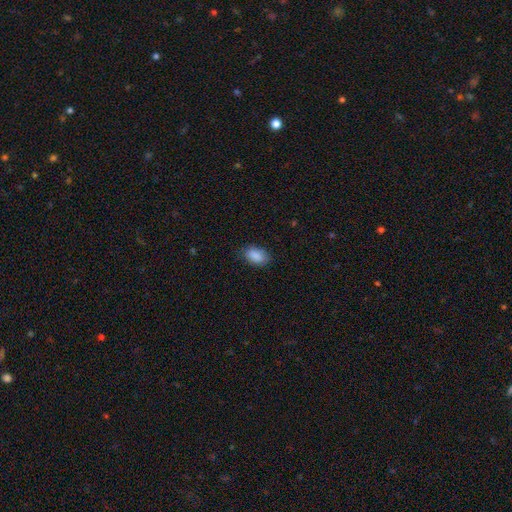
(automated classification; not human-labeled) smooth-or-featured: smooth: 88% | star or artifact: 7% | featured or disk: 5%
  how-rounded: in between: 90% | round: 8% | cigar-shaped: 2%
  merging: none: 81% | minor disturbance: 15% | major disturbance: 3% | merger: 1%